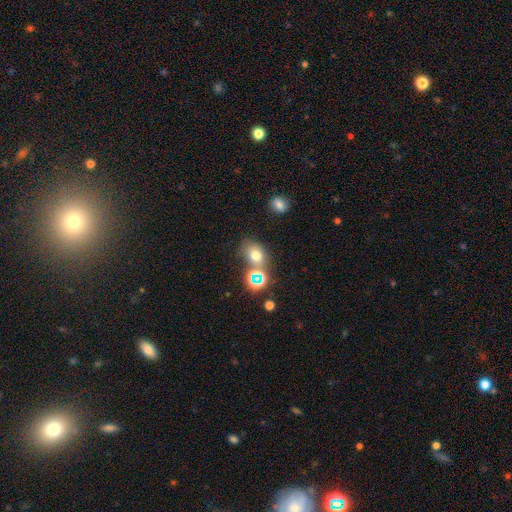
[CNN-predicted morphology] Smooth or featured? Predicted: smooth (p=0.66). How rounded? Predicted: in between (p=0.60). Merging? Predicted: none (p=0.55).